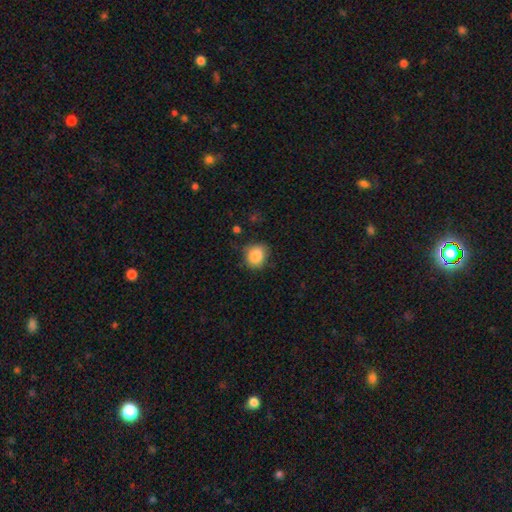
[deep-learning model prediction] Smooth or featured?
  - smooth: 87% *
  - star or artifact: 8%
  - featured or disk: 5%
How rounded?
  - round: 69% *
  - in between: 31%
  - cigar-shaped: 1%
Merging?
  - none: 70% *
  - minor disturbance: 23%
  - major disturbance: 5%
  - merger: 2%